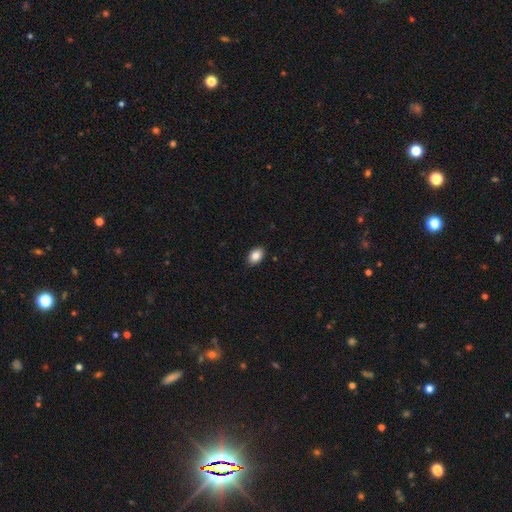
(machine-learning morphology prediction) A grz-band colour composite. It shows a smooth galaxy with no disk features (87%) that is in between round and cigar-shaped (86%). Merging: none (88%).